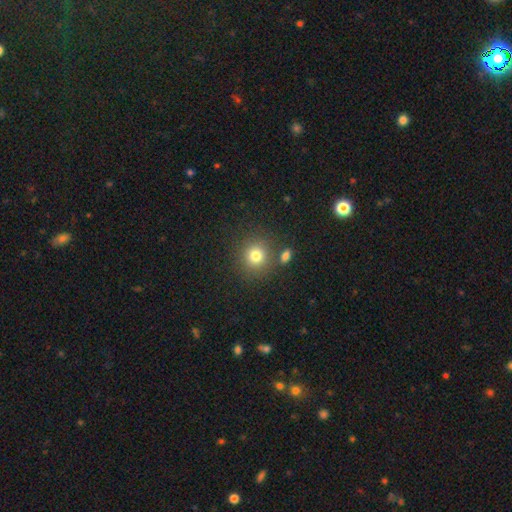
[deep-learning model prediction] A smooth galaxy with no disk features (79%) that is round (89%).

Vote fractions:
- Smooth or featured? smooth: 79% / star or artifact: 13% / featured or disk: 8%
- How rounded? round: 89% / in between: 10% / cigar-shaped: 1%
- Merging? none: 78% / merger: 10% / minor disturbance: 9% / major disturbance: 4%